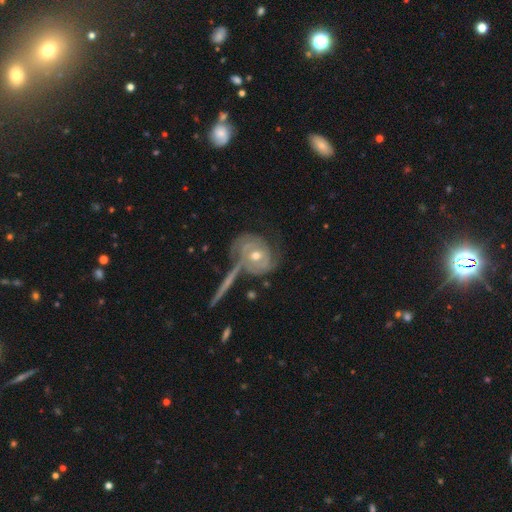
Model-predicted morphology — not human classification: Smooth or featured: featured or disk — 83% (smooth — 11%)
Edge-on disk: no — 93% (yes — 7%)
Bar: no — 66% (weak — 25%)
Spiral arms: yes — 89% (no — 11%)
Spiral winding: tight — 63% (medium — 28%)
Spiral arm count: 2 — 36% (can't tell — 34%)
Bulge size: moderate — 69% (small — 26%)
Merging: none — 52% (minor disturbance — 19%)